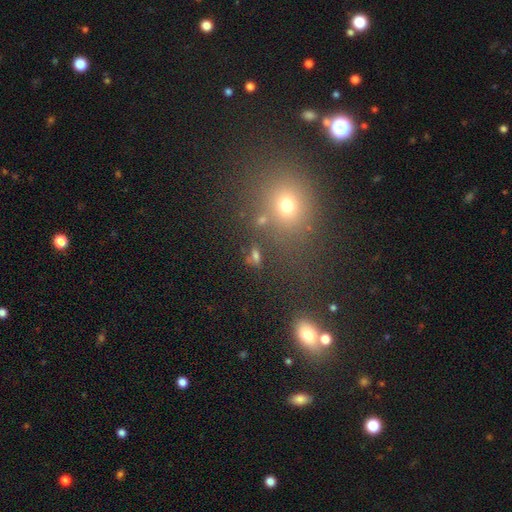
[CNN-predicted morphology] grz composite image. It shows a smooth galaxy with no disk features (60%) that is in between round and cigar-shaped (50%). Merging: none (72%).